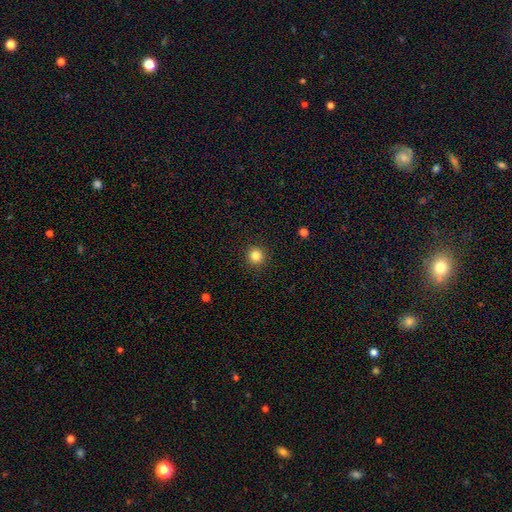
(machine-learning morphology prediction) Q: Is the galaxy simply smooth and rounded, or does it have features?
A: smooth — 83%.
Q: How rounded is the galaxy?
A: round — 95%.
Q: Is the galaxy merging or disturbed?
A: none — 93%.